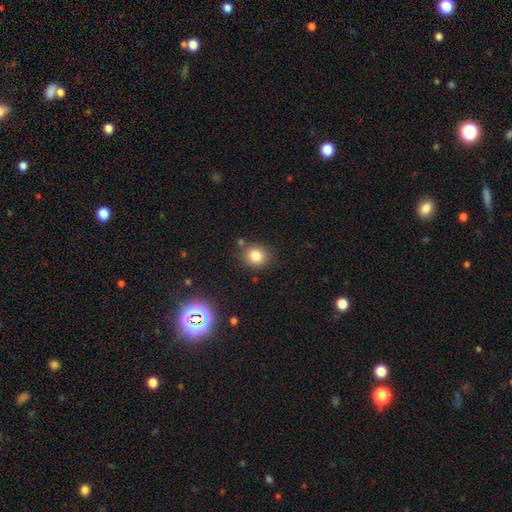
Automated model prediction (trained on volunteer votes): A smooth galaxy with no disk features (81%) that is round (78%). Merging: none (80%).